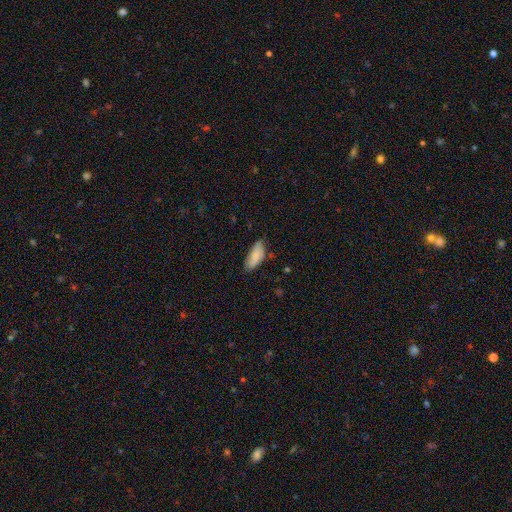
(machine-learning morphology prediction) A smooth galaxy with no disk features (82%) that is in between round and cigar-shaped (81%).

Vote fractions:
- Smooth or featured? smooth: 82% / featured or disk: 12% / star or artifact: 6%
- How rounded? in between: 81% / cigar-shaped: 18% / round: 2%
- Merging? none: 64% / minor disturbance: 29% / major disturbance: 5% / merger: 2%